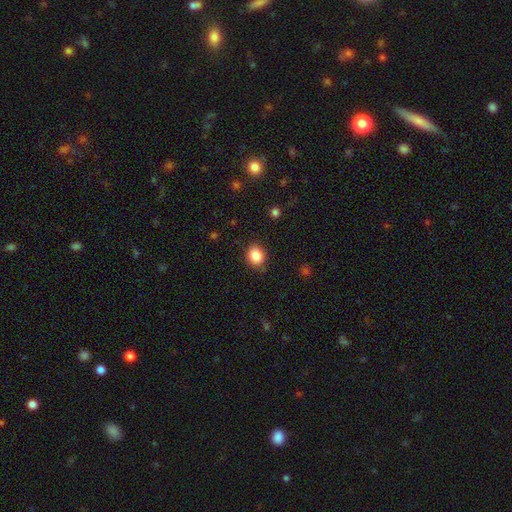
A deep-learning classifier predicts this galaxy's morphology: Smooth or featured?
  - smooth: 84% *
  - star or artifact: 10%
  - featured or disk: 6%
How rounded?
  - round: 71% *
  - in between: 28%
  - cigar-shaped: 1%
Merging?
  - none: 88% *
  - minor disturbance: 8%
  - major disturbance: 2%
  - merger: 1%